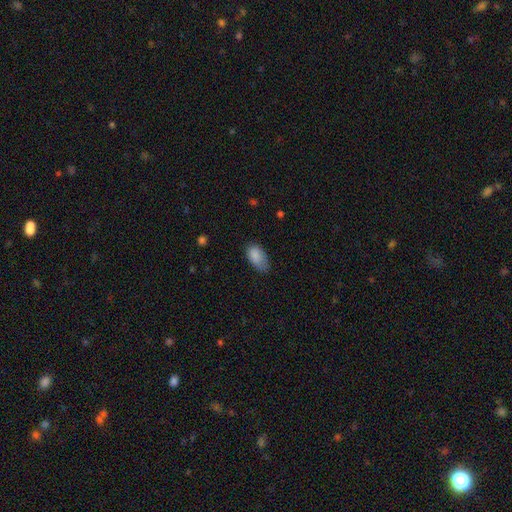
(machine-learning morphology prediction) Smooth or featured? smooth (86%)
How rounded? in between (93%)
Merging? none (48%)